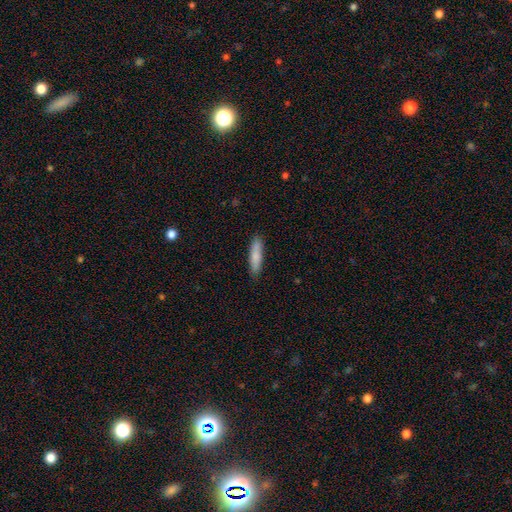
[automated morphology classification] A smooth galaxy with no disk features (83%) that is cigar-shaped (70%). Merging: none (85%).